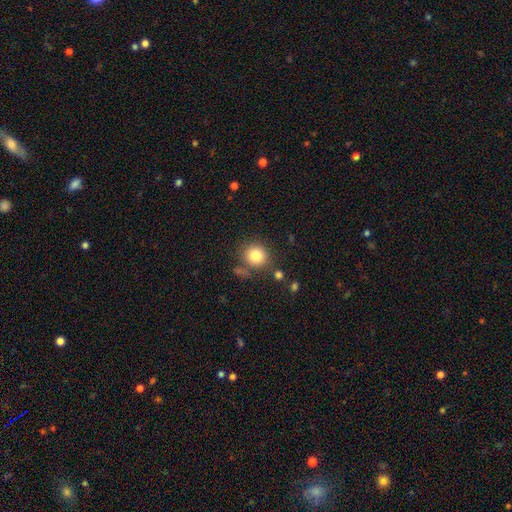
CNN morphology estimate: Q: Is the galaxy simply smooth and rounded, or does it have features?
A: smooth — 83%.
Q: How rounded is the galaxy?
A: round — 88%.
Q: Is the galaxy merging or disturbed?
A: none — 76%.